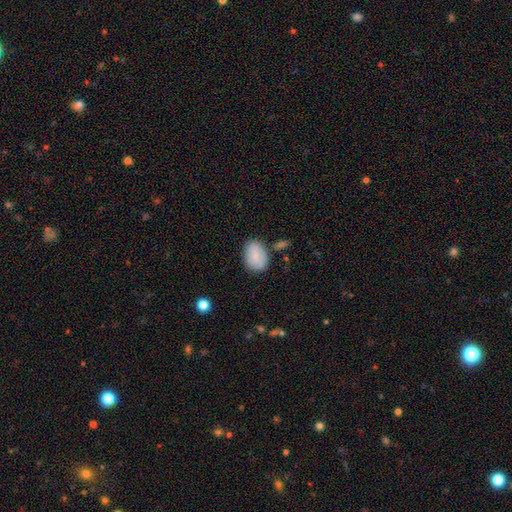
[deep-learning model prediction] This is clearly a smooth galaxy (86%). How rounded: clearly in between (82%). Merging: likely none (75%).